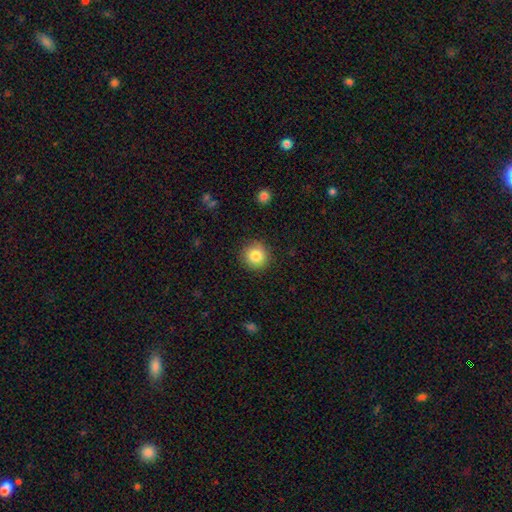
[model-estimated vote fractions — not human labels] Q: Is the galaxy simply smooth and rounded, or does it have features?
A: smooth — 84%.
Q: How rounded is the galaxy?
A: round — 94%.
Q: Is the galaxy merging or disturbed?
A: none — 90%.